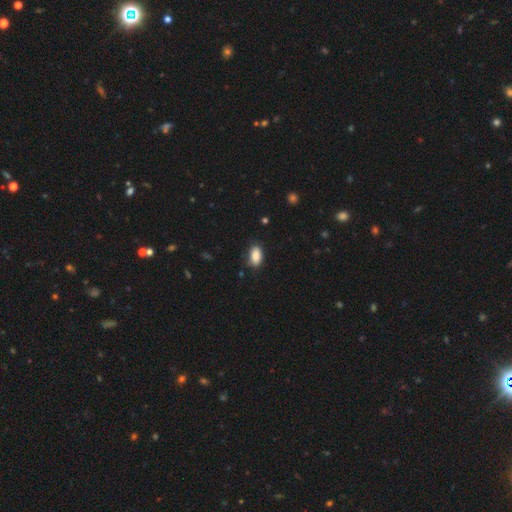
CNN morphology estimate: Smooth or featured? smooth (88%)
How rounded? in between (93%)
Merging? none (81%)